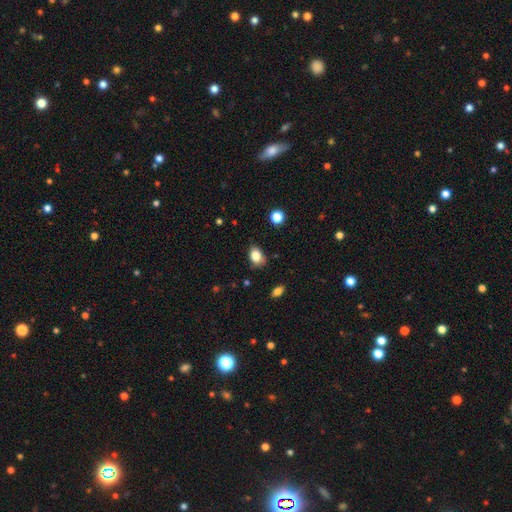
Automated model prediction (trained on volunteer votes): Smooth or featured? Predicted: smooth (p=0.82). How rounded? Predicted: in between (p=0.76). Merging? Predicted: none (p=0.71).